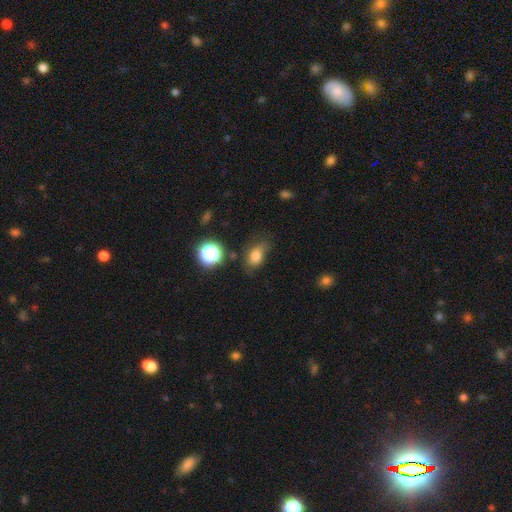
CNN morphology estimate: Smooth or featured?
  - smooth: 76% *
  - star or artifact: 13%
  - featured or disk: 10%
How rounded?
  - in between: 74% *
  - round: 24%
  - cigar-shaped: 2%
Merging?
  - none: 54% *
  - minor disturbance: 31%
  - major disturbance: 11%
  - merger: 4%